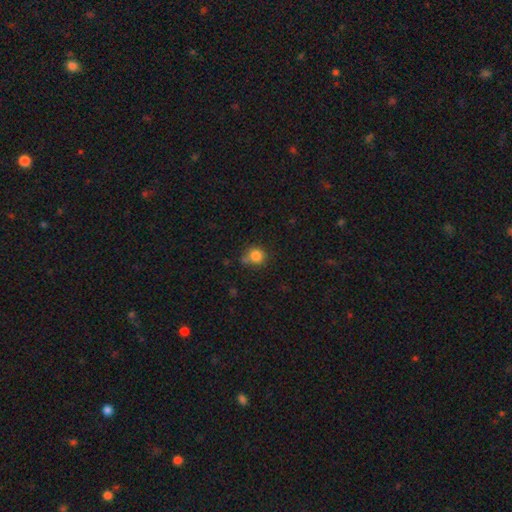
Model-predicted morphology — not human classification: Smooth or featured: smooth — 83% (star or artifact — 11%)
How rounded: round — 86% (in between — 13%)
Merging: none — 66% (minor disturbance — 16%)